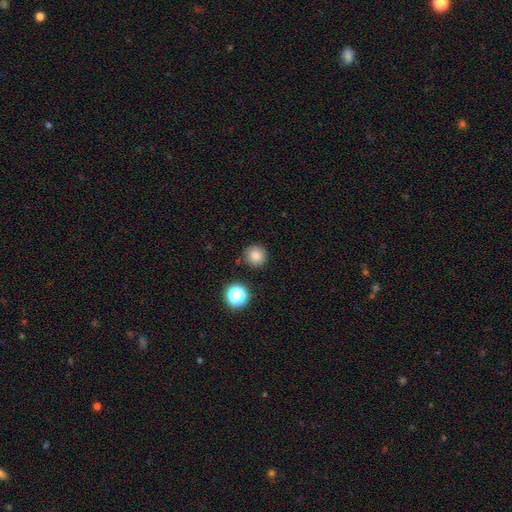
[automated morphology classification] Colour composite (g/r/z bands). It shows a smooth galaxy with no disk features (82%) that is round (94%). Merging: none (88%).